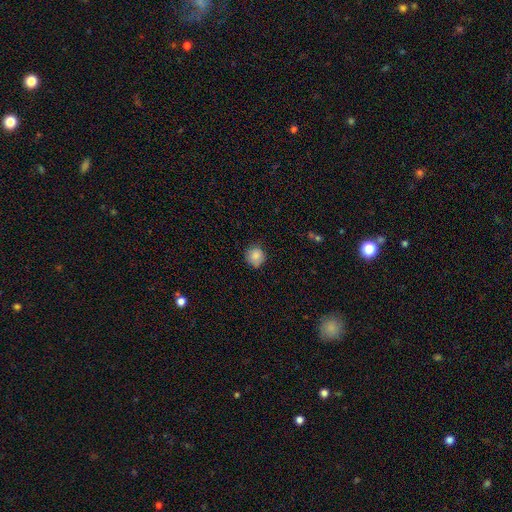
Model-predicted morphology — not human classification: This is clearly a smooth galaxy (85%). How rounded: clearly round (90%). Merging: likely none (77%).